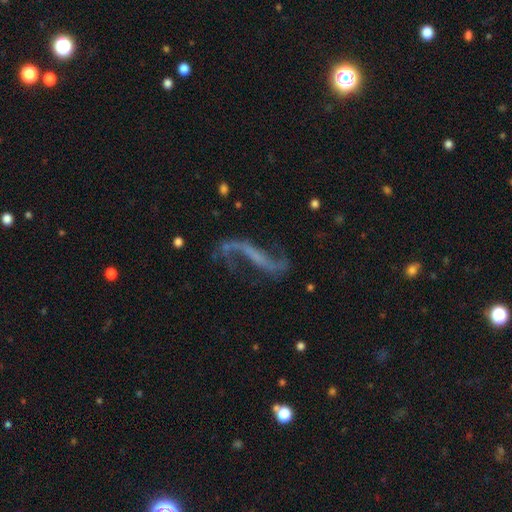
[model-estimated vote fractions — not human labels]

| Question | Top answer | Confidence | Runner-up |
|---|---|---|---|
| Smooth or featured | featured or disk | 83% | star or artifact (9%) |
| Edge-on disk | no | 89% | yes (11%) |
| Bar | strong | 41% | weak (30%) |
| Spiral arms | yes | 91% | no (9%) |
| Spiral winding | loose | 91% | medium (6%) |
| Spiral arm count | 2 | 90% | 1 (5%) |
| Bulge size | none | 66% | small (25%) |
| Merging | none | 61% | major disturbance (18%) |